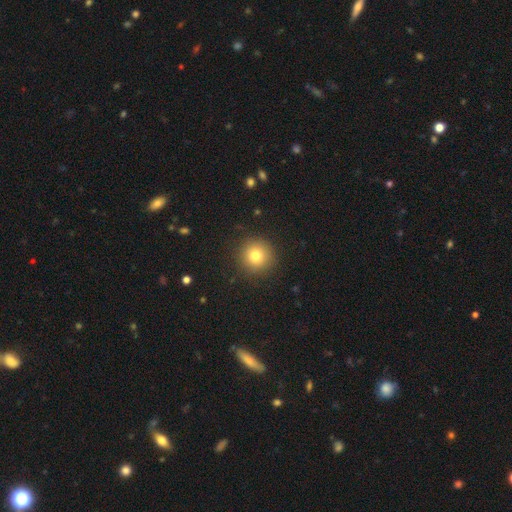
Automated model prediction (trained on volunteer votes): smooth 78%, star or artifact 13%, featured or disk 9%. Down the decision tree: how rounded — round (95%); merging — none (90%).